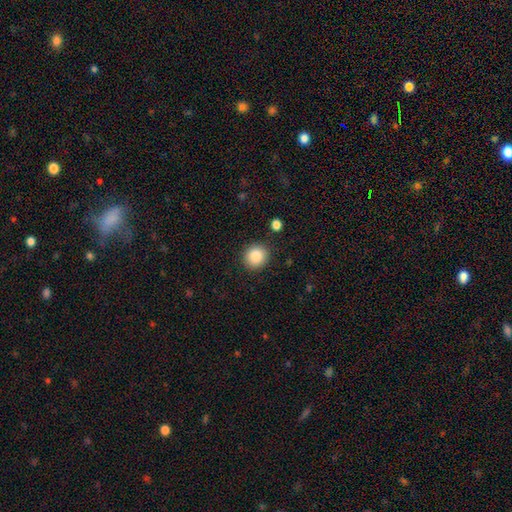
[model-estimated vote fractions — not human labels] Smooth or featured: smooth — 86% (star or artifact — 9%)
How rounded: round — 85% (in between — 14%)
Merging: none — 89% (minor disturbance — 7%)